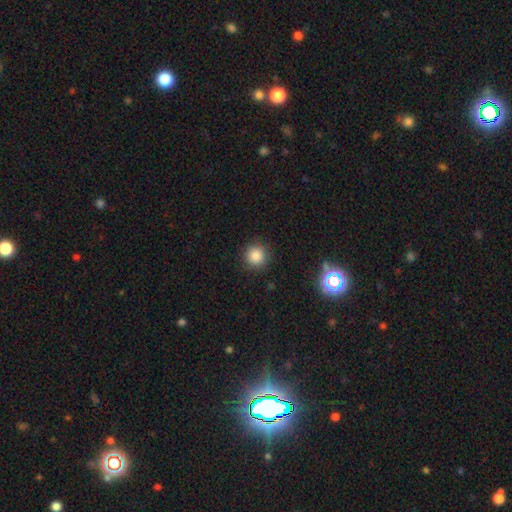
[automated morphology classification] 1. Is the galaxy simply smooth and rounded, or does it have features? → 84% smooth, 12% star or artifact, 4% featured or disk.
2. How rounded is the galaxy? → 94% round, 5% in between, 1% cigar-shaped.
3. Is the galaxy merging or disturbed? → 89% none, 7% minor disturbance, 2% major disturbance, 1% merger.